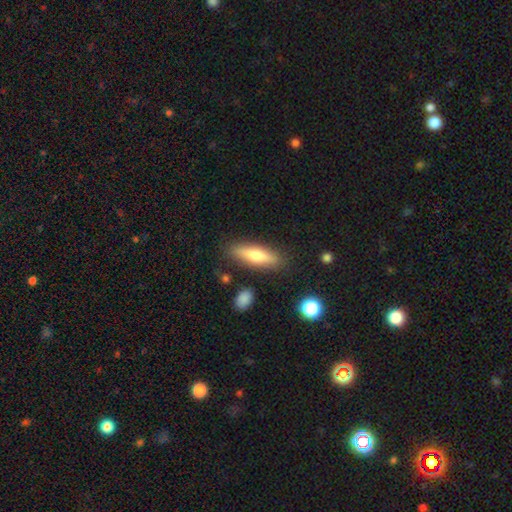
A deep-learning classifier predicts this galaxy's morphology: Overall: smooth (65%; featured or disk 29%). How rounded: cigar-shaped (64%; in between 34%). Merging: none (84%).